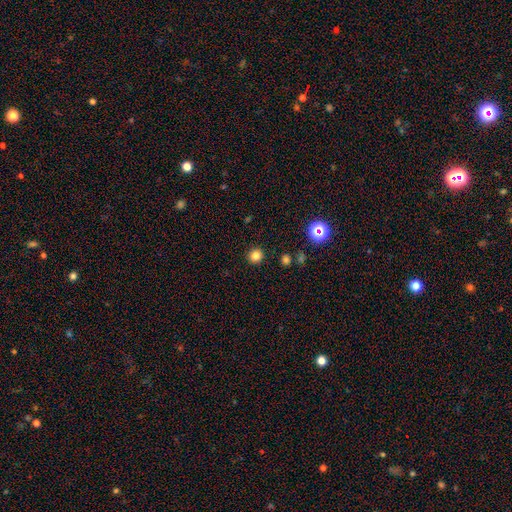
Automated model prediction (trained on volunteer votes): Smooth or featured: smooth — 81% (star or artifact — 14%)
How rounded: round — 93% (in between — 7%)
Merging: none — 92% (minor disturbance — 5%)